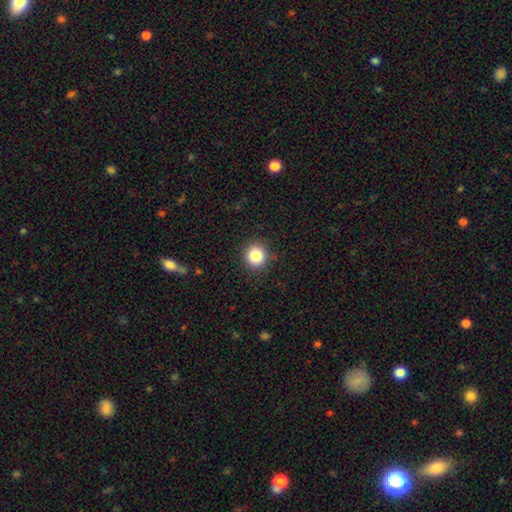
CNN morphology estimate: Smooth or featured? smooth (86%)
How rounded? round (93%)
Merging? none (90%)